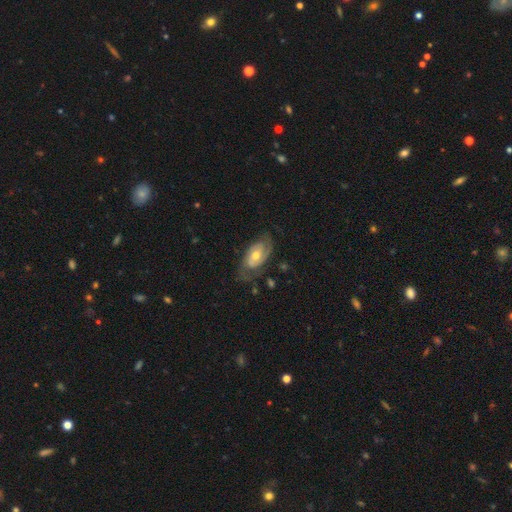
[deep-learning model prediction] A featured or disk galaxy (77%) with no bar (61%), 2 (78%) tight (46%) spiral arms (91%) and a moderate central bulge (66%). Merging: none (66%).